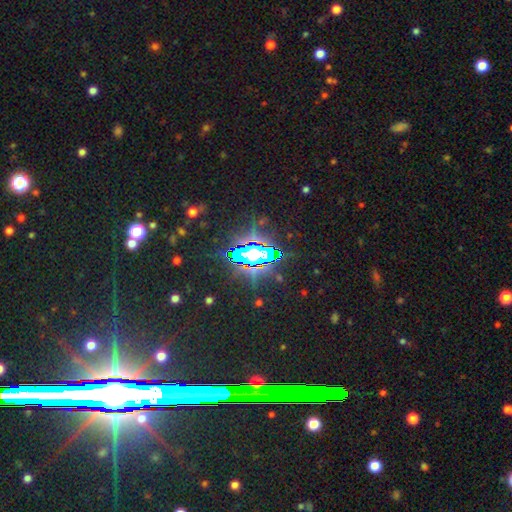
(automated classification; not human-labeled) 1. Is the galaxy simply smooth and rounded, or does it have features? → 77% star or artifact, 13% smooth, 10% featured or disk.